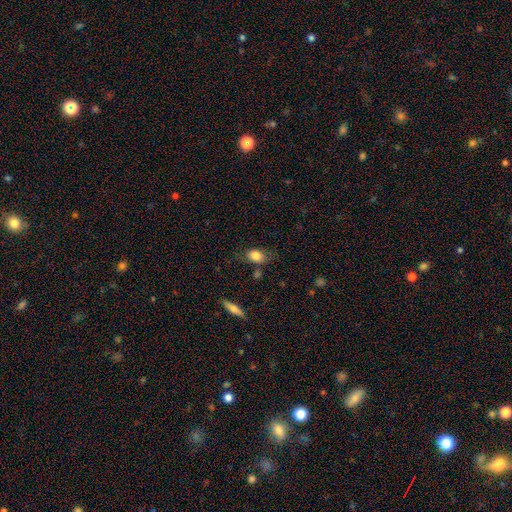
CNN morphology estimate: Overall: smooth (82%). How rounded: in between (76%). Merging: none (65%).